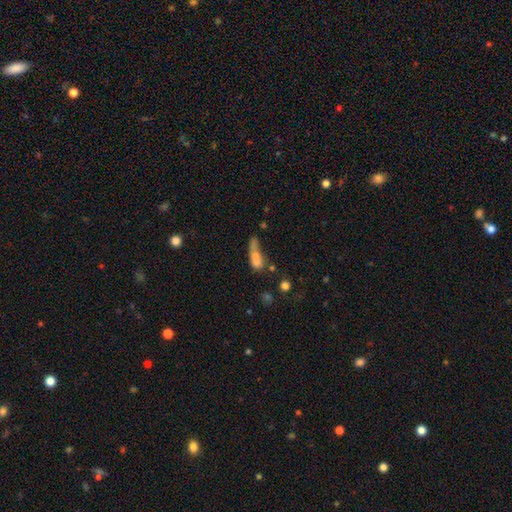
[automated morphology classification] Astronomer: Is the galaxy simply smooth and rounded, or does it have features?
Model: smooth — 58%.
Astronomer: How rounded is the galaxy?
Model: cigar-shaped — 45%, tied with in between at 45%.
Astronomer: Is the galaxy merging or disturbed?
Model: merger — 37% (runner-up: none, 24%).